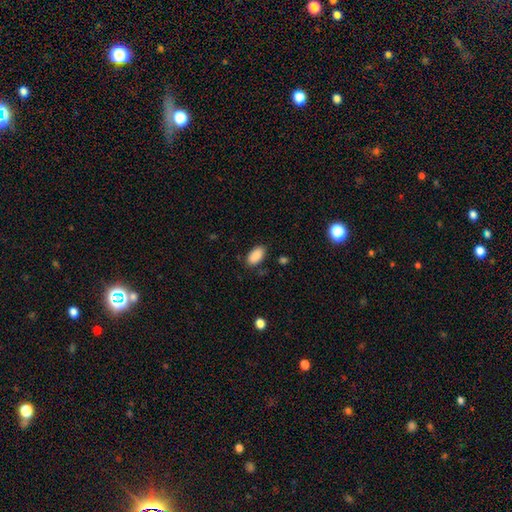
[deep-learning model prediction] smooth_or_featured: smooth (p=0.90) [alt: star or artifact p=0.08]
how_rounded: in between (p=0.94) [alt: round p=0.03]
merging: none (p=0.84) [alt: minor disturbance p=0.12]